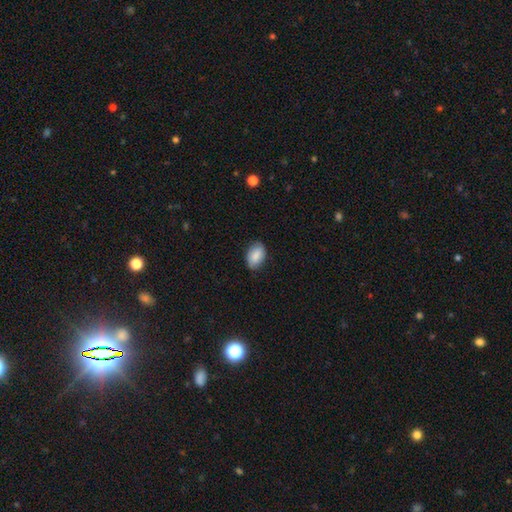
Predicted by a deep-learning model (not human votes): This appears to be a smooth galaxy with no disk features (85%) that is in between round and cigar-shaped (90%). Merging: none (81%).